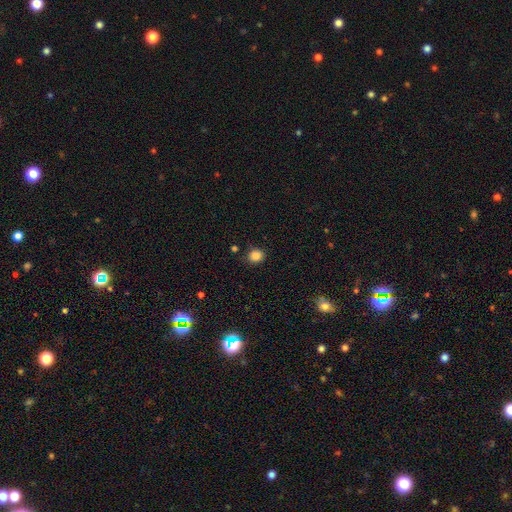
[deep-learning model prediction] A smooth galaxy with no disk features (84%) that is round (76%).

Vote fractions:
- Smooth or featured? smooth: 84% / star or artifact: 12% / featured or disk: 4%
- How rounded? round: 76% / in between: 23% / cigar-shaped: 1%
- Merging? none: 85% / minor disturbance: 10% / major disturbance: 3% / merger: 2%